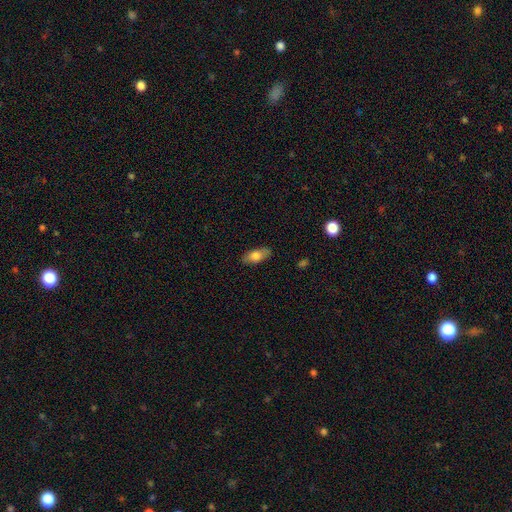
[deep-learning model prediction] Overall: smooth (74%). How rounded: in between (85%). Merging: none (85%).